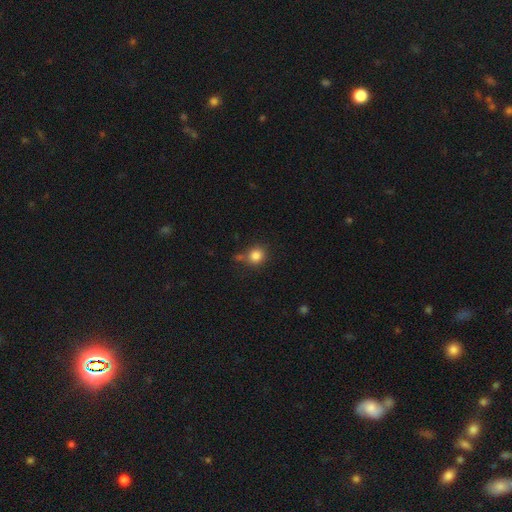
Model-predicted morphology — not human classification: Smooth or featured: smooth — 83% (star or artifact — 11%)
How rounded: round — 85% (in between — 14%)
Merging: none — 71% (minor disturbance — 14%)